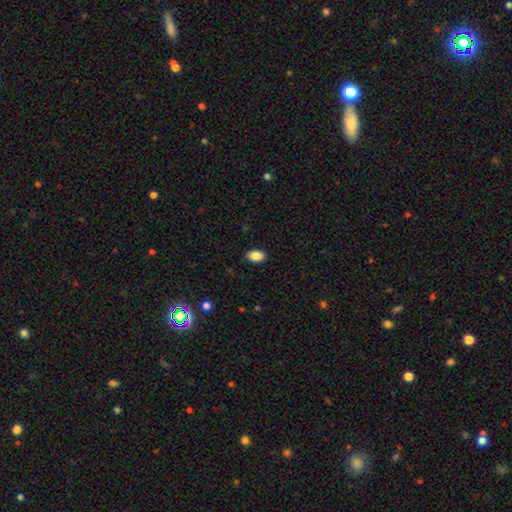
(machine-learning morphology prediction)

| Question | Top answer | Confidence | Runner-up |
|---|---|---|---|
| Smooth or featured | smooth | 88% | star or artifact (8%) |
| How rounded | in between | 91% | round (7%) |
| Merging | none | 88% | minor disturbance (9%) |